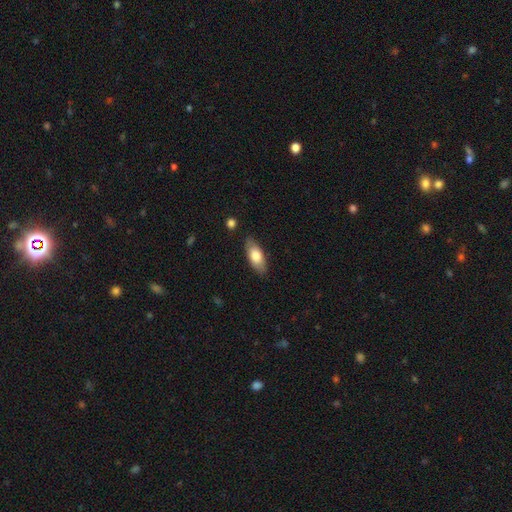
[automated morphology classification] smooth-or-featured: smooth: 75% | featured or disk: 20% | star or artifact: 6%
  how-rounded: in between: 82% | cigar-shaped: 16% | round: 2%
  merging: none: 84% | minor disturbance: 12% | major disturbance: 3% | merger: 2%